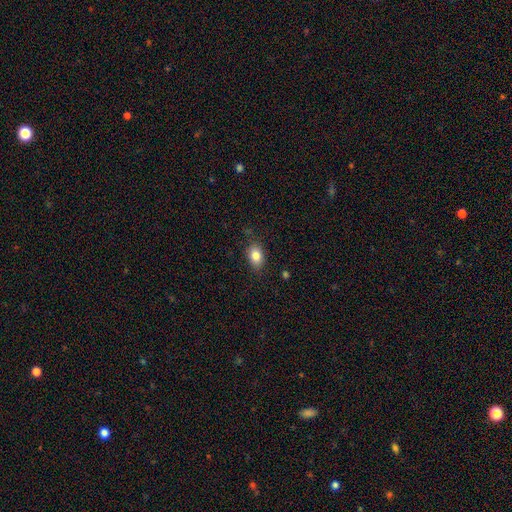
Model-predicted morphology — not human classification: Smooth or featured? Predicted: smooth (p=0.83). How rounded? Predicted: in between (p=0.84). Merging? Predicted: none (p=0.84).